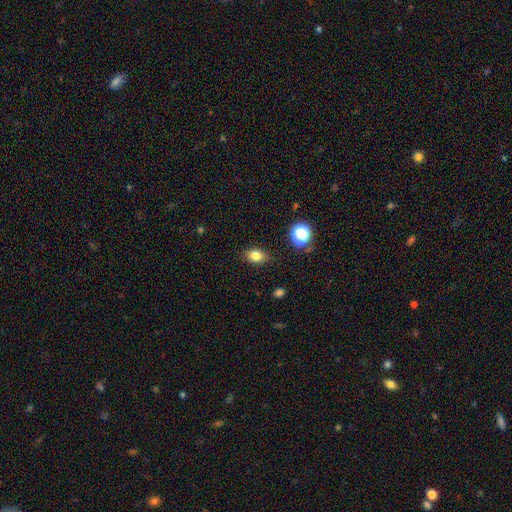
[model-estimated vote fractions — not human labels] Smooth or featured? smooth (80%)
How rounded? in between (72%)
Merging? none (85%)